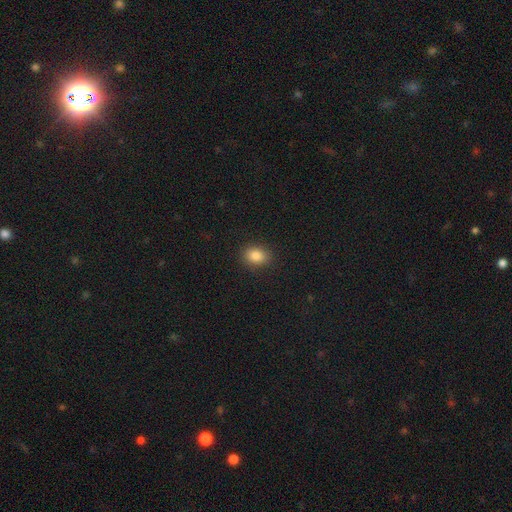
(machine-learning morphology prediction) smooth_or_featured: smooth (p=0.85) [alt: star or artifact p=0.10]
how_rounded: in between (p=0.62) [alt: round p=0.37]
merging: none (p=0.89) [alt: minor disturbance p=0.08]